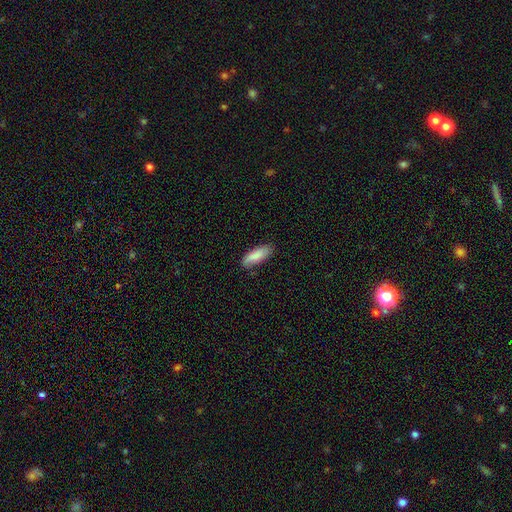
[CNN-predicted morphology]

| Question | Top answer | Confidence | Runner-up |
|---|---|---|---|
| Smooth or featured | smooth | 85% | featured or disk (9%) |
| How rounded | in between | 64% | cigar-shaped (35%) |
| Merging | none | 77% | minor disturbance (18%) |